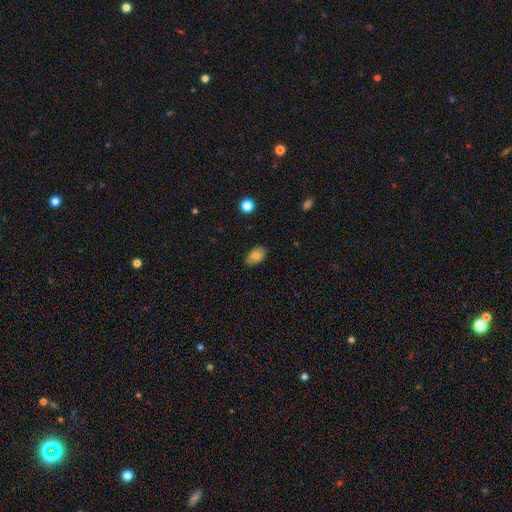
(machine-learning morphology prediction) Overall: smooth (75%). How rounded: in between (87%). Merging: none (80%).